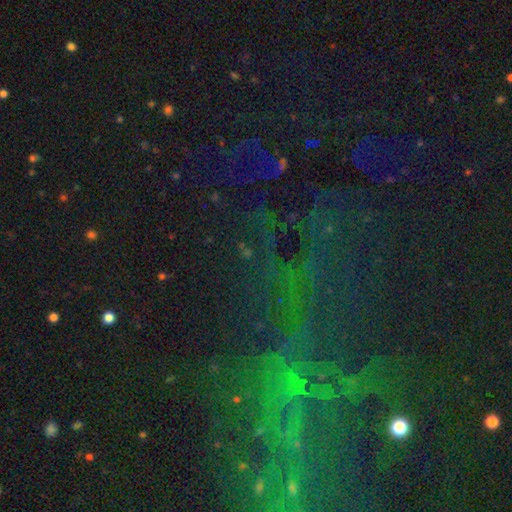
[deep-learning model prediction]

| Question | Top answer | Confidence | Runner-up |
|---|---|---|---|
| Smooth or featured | star or artifact | 71% | featured or disk (16%) |